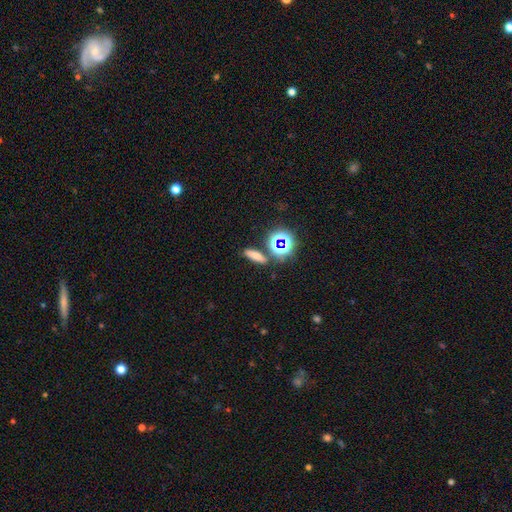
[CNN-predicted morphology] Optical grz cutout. It shows a smooth galaxy with no disk features (65%) that is cigar-shaped (52%). Merging: none (77%).